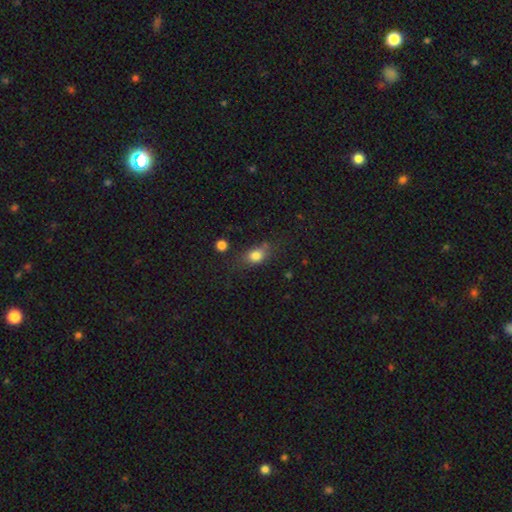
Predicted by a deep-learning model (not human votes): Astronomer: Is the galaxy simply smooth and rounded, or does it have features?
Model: smooth — 79%.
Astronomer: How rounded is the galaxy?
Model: in between — 61%.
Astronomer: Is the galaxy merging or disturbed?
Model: none — 62%.